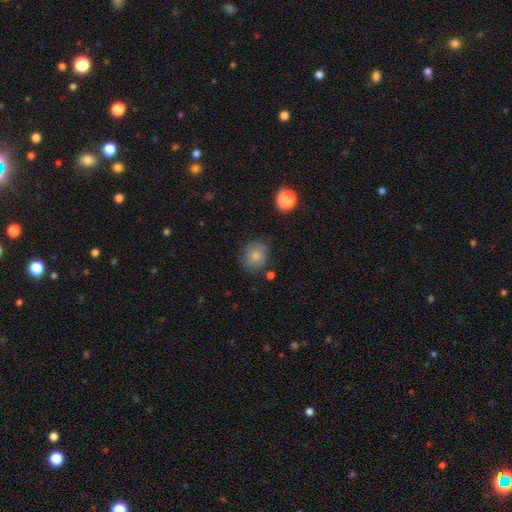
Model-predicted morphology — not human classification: type=smooth (72%); roundness=round (66%); merging=none (69%).